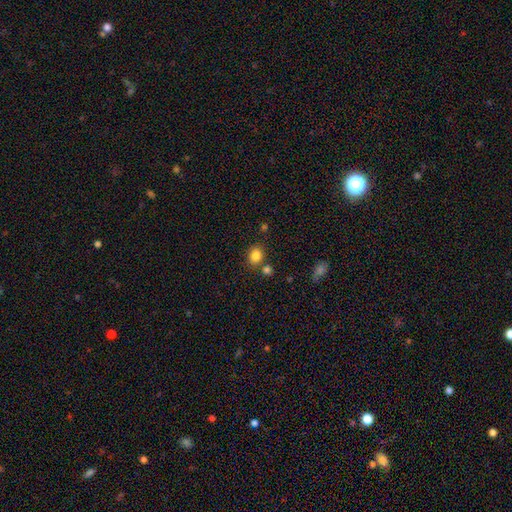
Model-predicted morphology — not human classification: Overall: smooth (84%). How rounded: round (53%; in between 46%). Merging: none (74%).